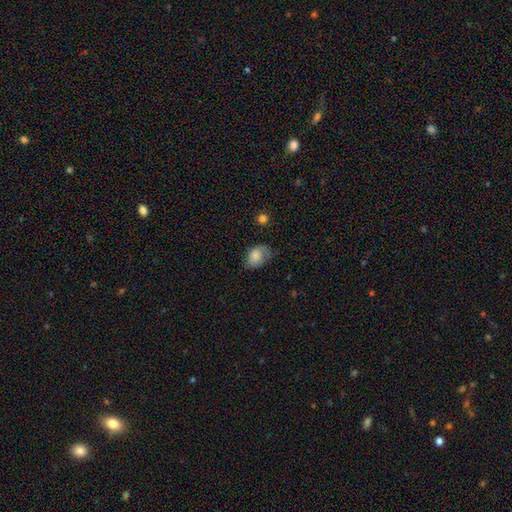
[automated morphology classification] Q: Smooth or featured?
A: smooth (77%); runner-up: featured or disk (15%)
Q: How rounded?
A: in between (78%); runner-up: round (21%)
Q: Merging?
A: none (51%); runner-up: minor disturbance (36%)